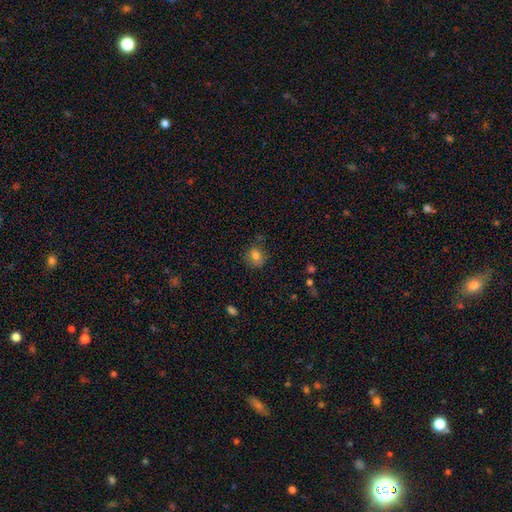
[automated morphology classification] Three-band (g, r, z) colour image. It shows a smooth galaxy with no disk features (80%) that is round (65%). Merging: none (73%).